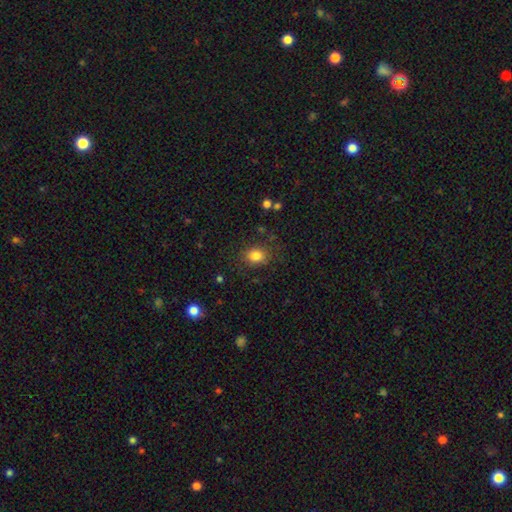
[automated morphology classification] Smooth or featured: smooth — 82% (star or artifact — 11%)
How rounded: round — 53% (in between — 46%)
Merging: none — 80% (minor disturbance — 13%)